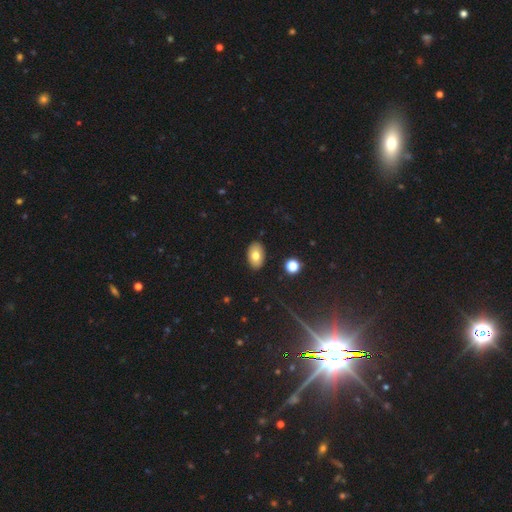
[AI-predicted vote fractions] smooth 76%, featured or disk 16%, star or artifact 9%. Down the decision tree: how rounded — in between (91%); merging — none (88%).